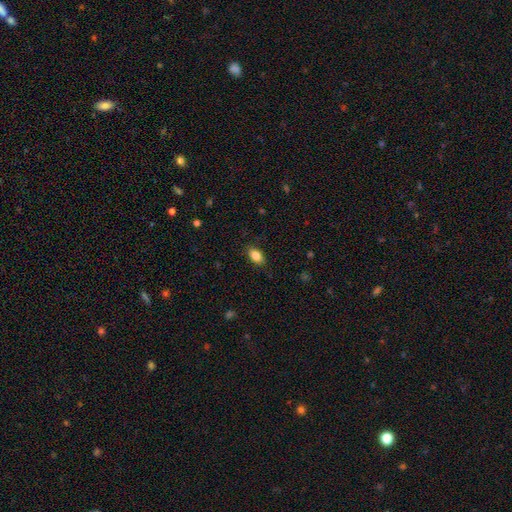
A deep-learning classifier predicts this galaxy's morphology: Smooth or featured: smooth — 84% (star or artifact — 8%)
How rounded: in between — 89% (round — 8%)
Merging: none — 87% (minor disturbance — 10%)